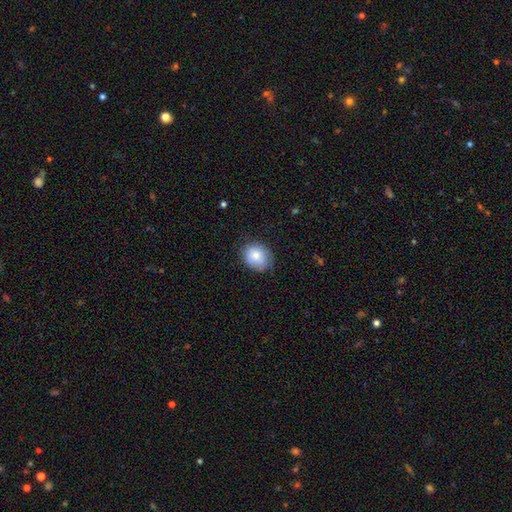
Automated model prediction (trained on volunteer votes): smooth-or-featured: smooth: 79% | featured or disk: 14% | star or artifact: 7%
  how-rounded: in between: 51% | round: 48% | cigar-shaped: 1%
  merging: none: 69% | minor disturbance: 24% | major disturbance: 5% | merger: 1%